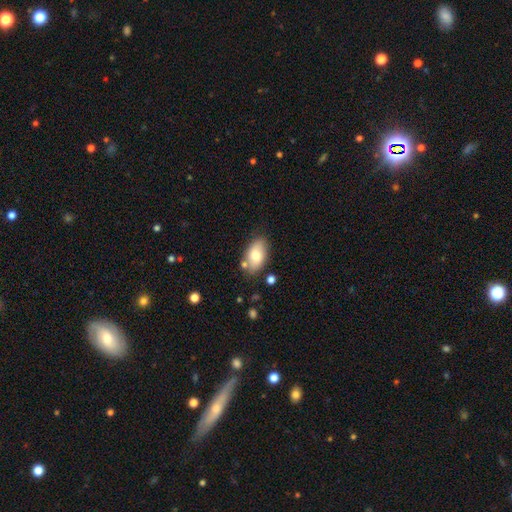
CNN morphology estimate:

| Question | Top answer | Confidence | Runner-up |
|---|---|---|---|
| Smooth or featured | smooth | 75% | featured or disk (18%) |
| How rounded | in between | 92% | round (6%) |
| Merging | none | 75% | minor disturbance (15%) |